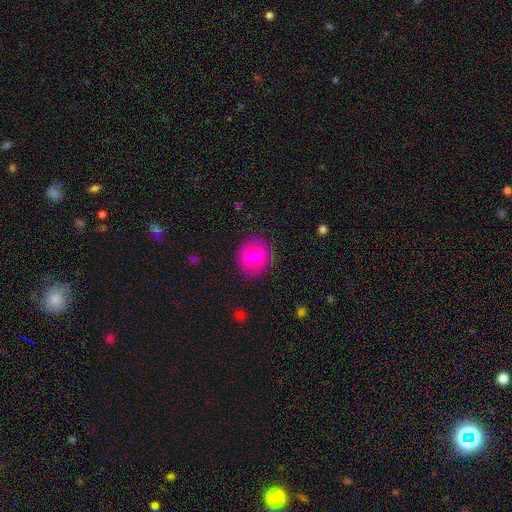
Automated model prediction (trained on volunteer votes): A smooth galaxy with no disk features (77%) that is round (78%).

Vote fractions:
- Smooth or featured? smooth: 77% / featured or disk: 14% / star or artifact: 9%
- How rounded? round: 78% / in between: 21% / cigar-shaped: 1%
- Merging? none: 86% / minor disturbance: 10% / major disturbance: 3% / merger: 1%